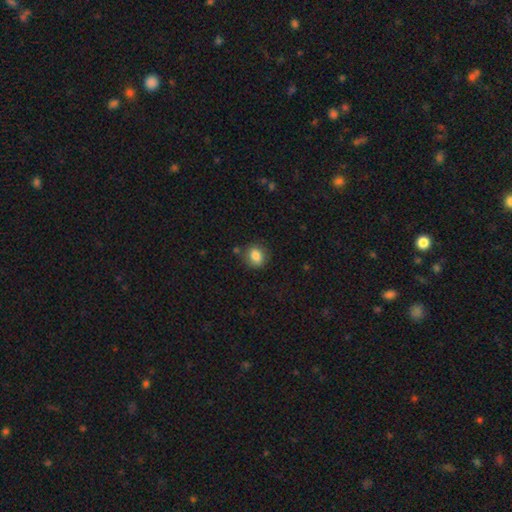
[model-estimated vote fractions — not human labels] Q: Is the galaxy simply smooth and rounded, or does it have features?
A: smooth — 85%.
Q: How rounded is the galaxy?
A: round — 57%.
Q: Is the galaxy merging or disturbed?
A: none — 81%.